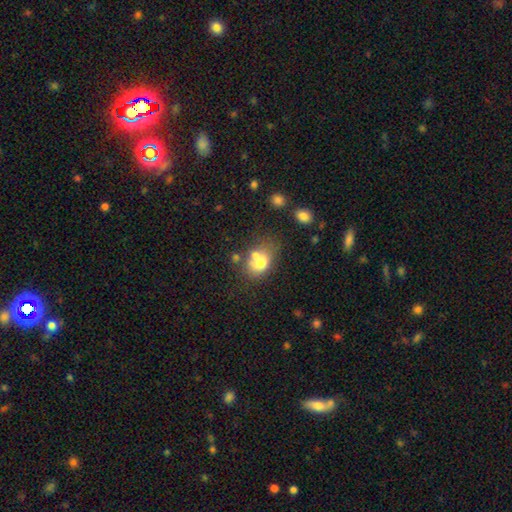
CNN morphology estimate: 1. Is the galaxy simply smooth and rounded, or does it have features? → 64% smooth, 25% featured or disk, 11% star or artifact.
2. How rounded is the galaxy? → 62% in between, 37% round, 1% cigar-shaped.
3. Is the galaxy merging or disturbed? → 45% merger, 30% none, 15% minor disturbance, 10% major disturbance.